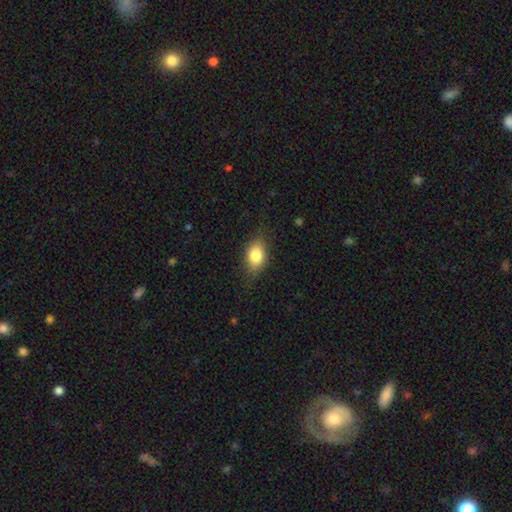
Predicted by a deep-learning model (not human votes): The model was most divided on "merging": none: 75%, minor disturbance: 19%, major disturbance: 5%, merger: 1%. More confident: smooth or featured — smooth (79%); how rounded — in between (78%).